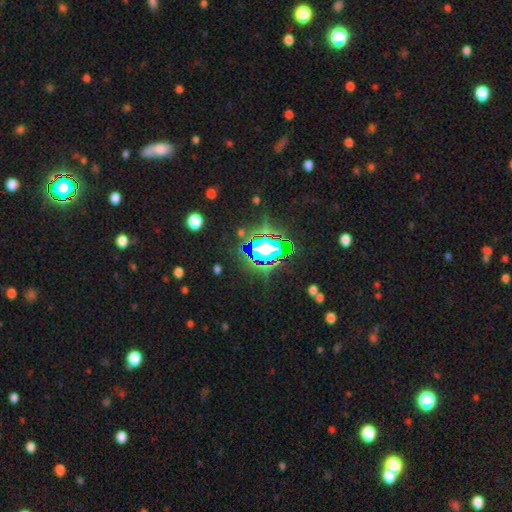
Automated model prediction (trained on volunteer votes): Smooth or featured? star or artifact (82%)